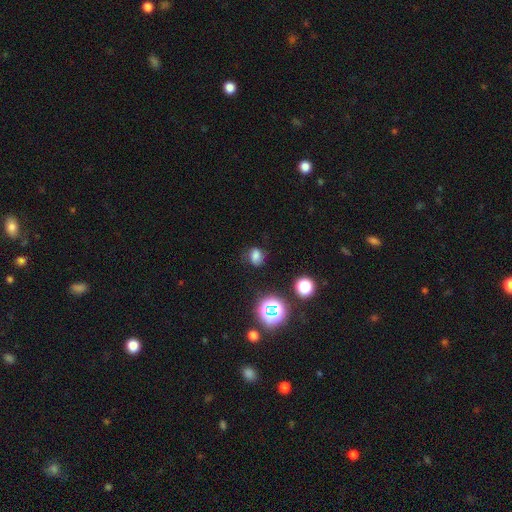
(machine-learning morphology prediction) smooth-or-featured: smooth: 70% | star or artifact: 20% | featured or disk: 10%
  how-rounded: in between: 54% | round: 45% | cigar-shaped: 1%
  merging: none: 72% | minor disturbance: 19% | major disturbance: 7% | merger: 2%